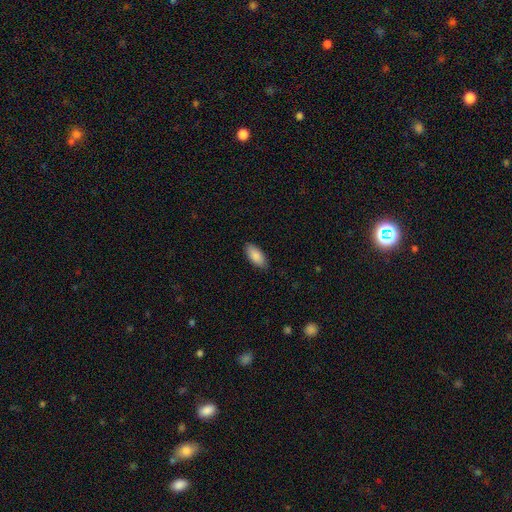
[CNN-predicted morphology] Smooth or featured? Predicted: smooth (p=0.88). How rounded? Predicted: in between (p=0.90). Merging? Predicted: none (p=0.87).